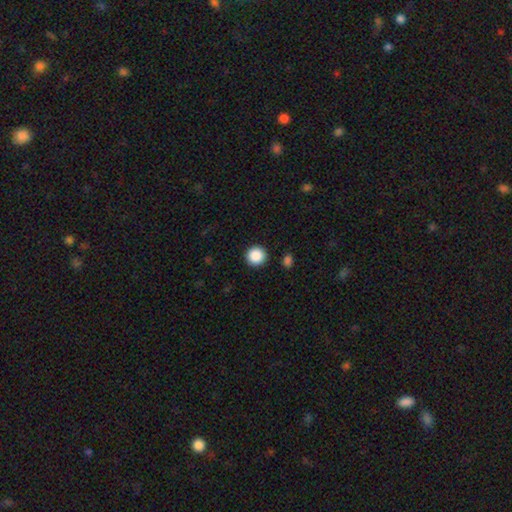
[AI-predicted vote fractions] Smooth or featured?
  - smooth: 89% *
  - star or artifact: 9%
  - featured or disk: 3%
How rounded?
  - round: 95% *
  - in between: 4%
  - cigar-shaped: 1%
Merging?
  - none: 92% *
  - minor disturbance: 5%
  - major disturbance: 2%
  - merger: 1%